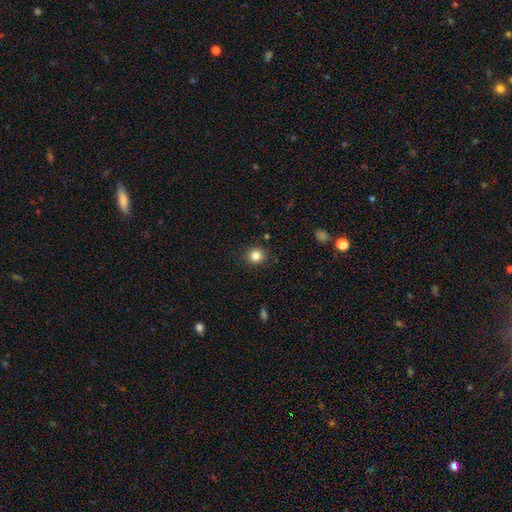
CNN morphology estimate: The model was most divided on "smooth or featured": smooth: 83%, star or artifact: 11%, featured or disk: 5%. More confident: merging — none (90%); how rounded — round (87%).